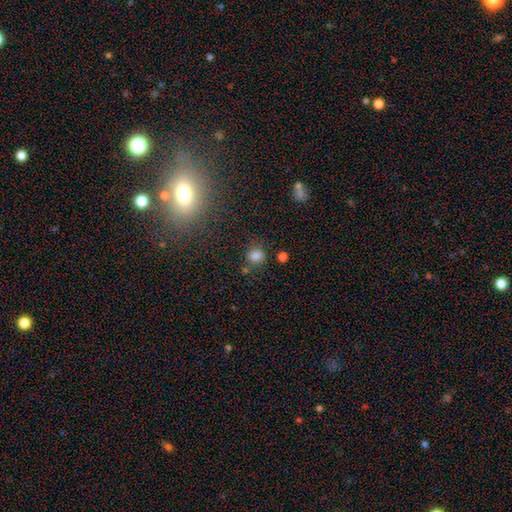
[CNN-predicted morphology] Smooth or featured?
  - smooth: 80% *
  - star or artifact: 14%
  - featured or disk: 6%
How rounded?
  - round: 82% *
  - in between: 16%
  - cigar-shaped: 1%
Merging?
  - none: 72% *
  - minor disturbance: 13%
  - merger: 10%
  - major disturbance: 5%